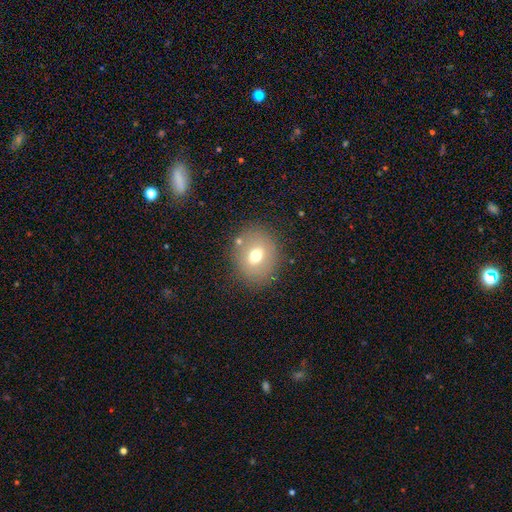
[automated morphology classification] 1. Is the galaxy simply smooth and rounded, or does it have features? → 64% smooth, 24% featured or disk, 12% star or artifact.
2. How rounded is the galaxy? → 64% round, 35% in between, 1% cigar-shaped.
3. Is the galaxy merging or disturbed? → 80% none, 11% minor disturbance, 5% major disturbance, 4% merger.